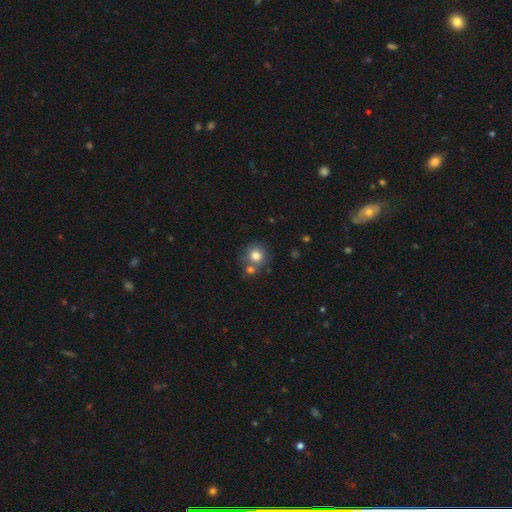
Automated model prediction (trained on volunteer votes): smooth-or-featured: smooth: 80% | star or artifact: 10% | featured or disk: 10%
  how-rounded: round: 88% | in between: 11% | cigar-shaped: 1%
  merging: none: 62% | merger: 25% | minor disturbance: 10% | major disturbance: 3%